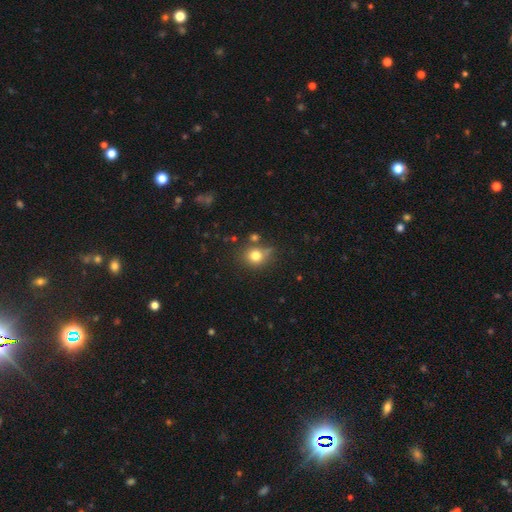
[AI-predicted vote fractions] This is likely a smooth galaxy (77%). How rounded: likely round (79%). Merging: likely none (67%).